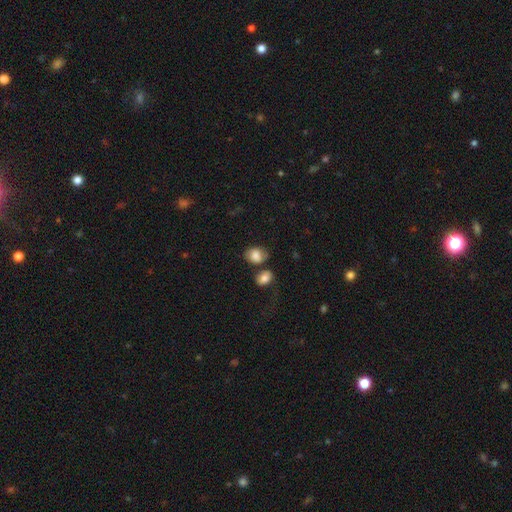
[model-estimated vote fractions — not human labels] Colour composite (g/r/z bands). It shows a smooth galaxy with no disk features (80%) that is in between round and cigar-shaped (60%). Merging: none (53%).